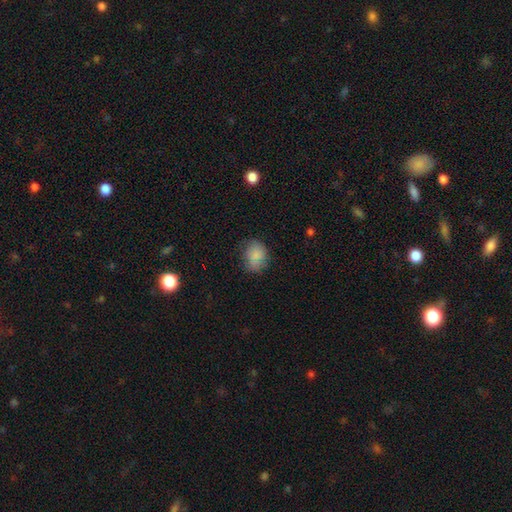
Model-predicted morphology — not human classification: Smooth or featured? smooth (79%)
How rounded? round (60%)
Merging? none (68%)